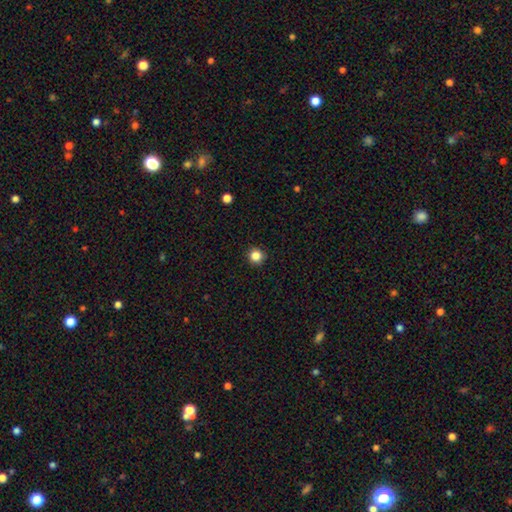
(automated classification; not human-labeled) smooth_or_featured: smooth (p=0.85) [alt: star or artifact p=0.11]
how_rounded: round (p=0.95) [alt: in between p=0.04]
merging: none (p=0.92) [alt: minor disturbance p=0.05]